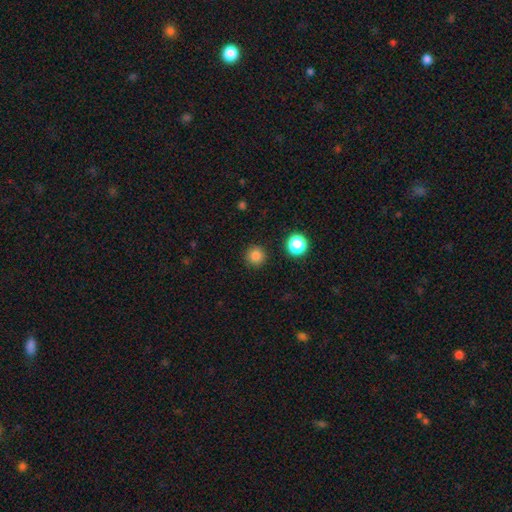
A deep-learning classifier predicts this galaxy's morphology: smooth_or_featured: smooth (p=0.82) [alt: star or artifact p=0.13]
how_rounded: round (p=0.95) [alt: in between p=0.04]
merging: none (p=0.91) [alt: minor disturbance p=0.06]